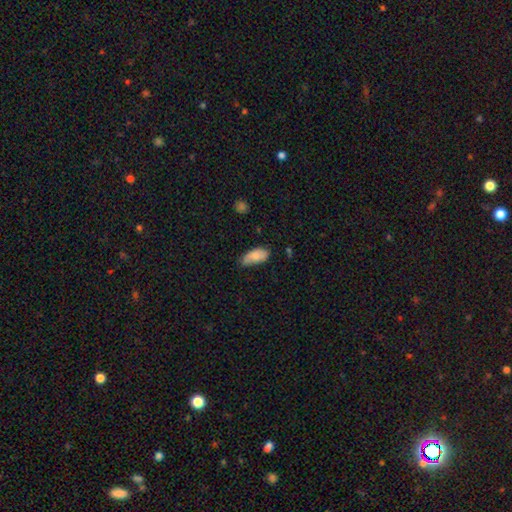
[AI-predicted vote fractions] smooth_or_featured: smooth (p=0.78) [alt: featured or disk p=0.16]
how_rounded: in between (p=0.91) [alt: cigar-shaped p=0.06]
merging: none (p=0.51) [alt: minor disturbance p=0.38]